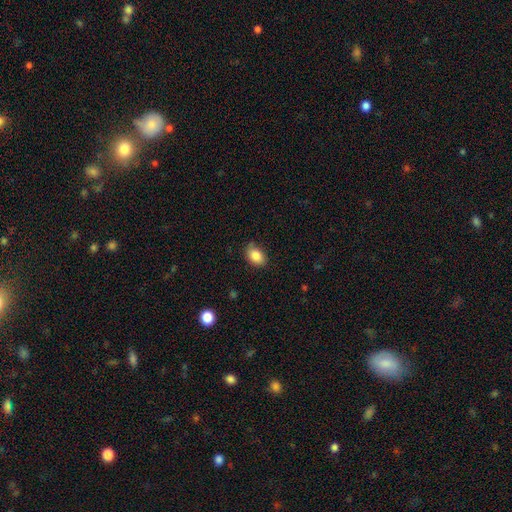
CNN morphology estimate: Overall: smooth (86%). How rounded: in between (80%). Merging: none (78%).